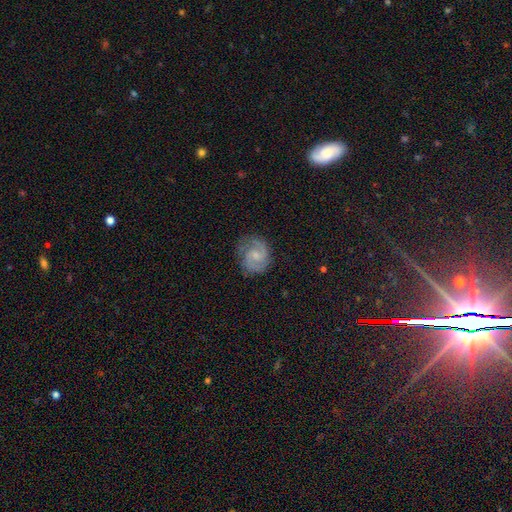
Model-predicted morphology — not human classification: Smooth or featured? featured or disk (81%)
Edge-on disk? no (98%)
Bar? no (54%)
Spiral arms? yes (97%)
Spiral winding? medium (48%)
Spiral arm count? 2 (83%)
Bulge size? small (56%)
Merging? none (76%)